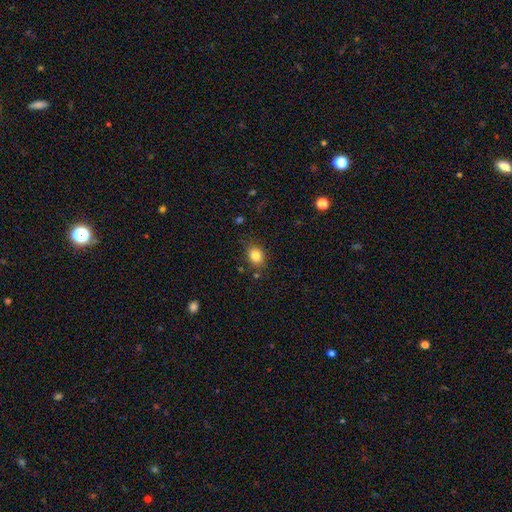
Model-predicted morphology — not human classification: Overall: smooth (83%). How rounded: round (51%; in between 48%). Merging: none (79%).